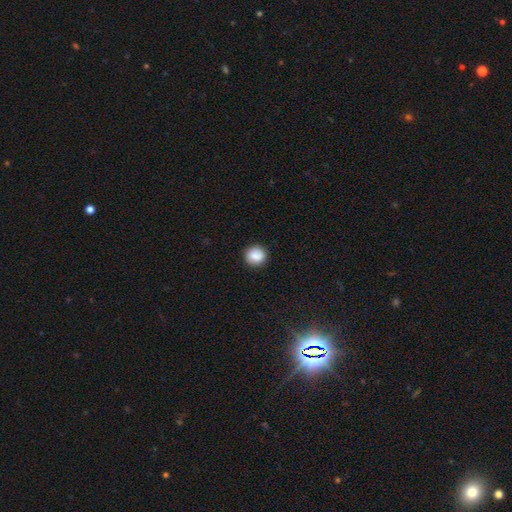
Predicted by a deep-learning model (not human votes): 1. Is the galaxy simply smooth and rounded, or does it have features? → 83% smooth, 9% featured or disk, 8% star or artifact.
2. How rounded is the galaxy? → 86% round, 13% in between, 1% cigar-shaped.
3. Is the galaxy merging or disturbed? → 86% none, 10% minor disturbance, 3% major disturbance, 1% merger.